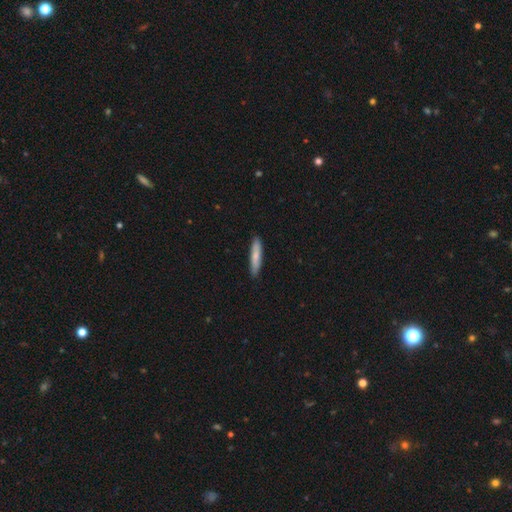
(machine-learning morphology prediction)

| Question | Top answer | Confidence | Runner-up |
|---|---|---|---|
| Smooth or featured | smooth | 77% | featured or disk (18%) |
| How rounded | cigar-shaped | 87% | in between (12%) |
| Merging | none | 89% | minor disturbance (8%) |